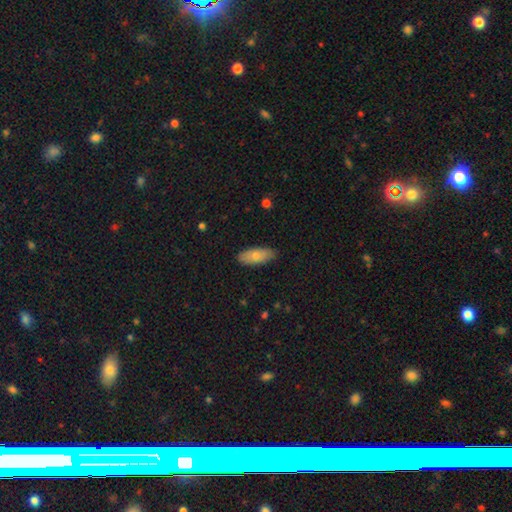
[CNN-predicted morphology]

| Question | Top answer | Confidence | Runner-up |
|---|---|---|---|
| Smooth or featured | smooth | 76% | featured or disk (18%) |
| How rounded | in between | 80% | cigar-shaped (18%) |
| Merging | none | 84% | minor disturbance (12%) |